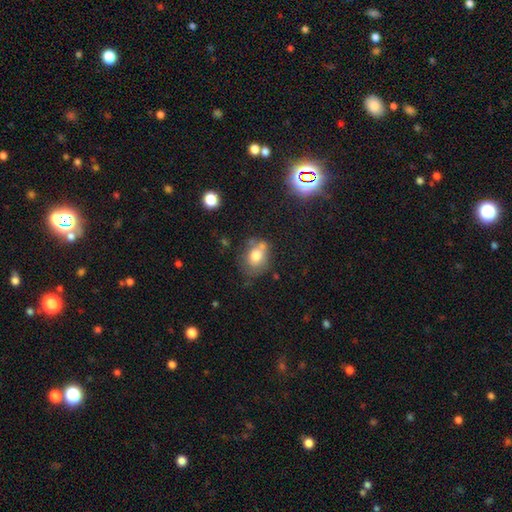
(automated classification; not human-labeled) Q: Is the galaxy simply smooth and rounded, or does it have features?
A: smooth — 73%.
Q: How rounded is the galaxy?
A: in between — 53%.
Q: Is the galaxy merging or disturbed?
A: none — 48%.